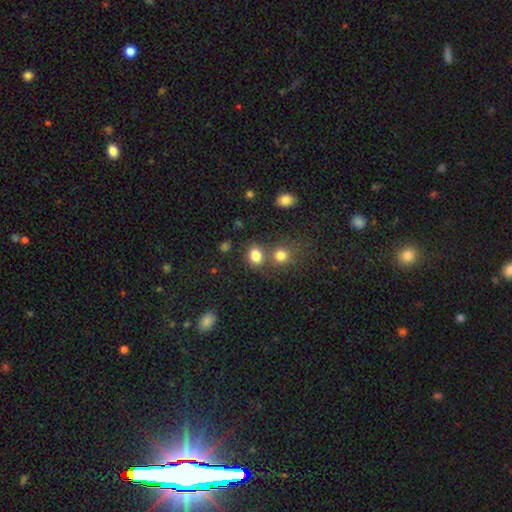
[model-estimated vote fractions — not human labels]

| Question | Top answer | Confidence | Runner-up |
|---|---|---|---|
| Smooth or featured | smooth | 82% | star or artifact (12%) |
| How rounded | in between | 53% | round (46%) |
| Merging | none | 59% | merger (26%) |